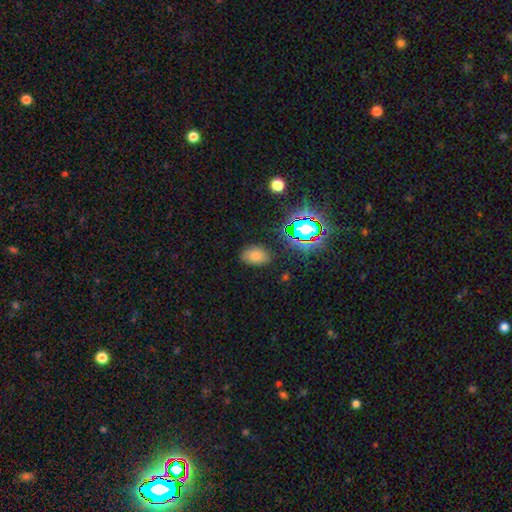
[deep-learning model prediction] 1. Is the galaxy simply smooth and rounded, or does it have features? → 64% smooth, 27% star or artifact, 9% featured or disk.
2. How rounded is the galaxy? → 83% in between, 16% round, 1% cigar-shaped.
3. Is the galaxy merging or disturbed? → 82% none, 13% minor disturbance, 3% major disturbance, 2% merger.